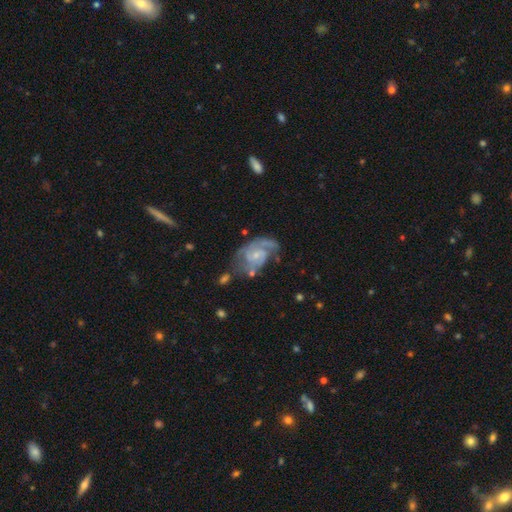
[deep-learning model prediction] Overall: featured or disk (85%). Edge-on disk: no (98%). Bar: no (56%; weak 38%). Spiral arms: yes (94%). Spiral arm count: 2 (63%). Spiral winding: medium (47%; tight 36%). Bulge size: small (69%). Merging: none (48%; minor disturbance 25%).